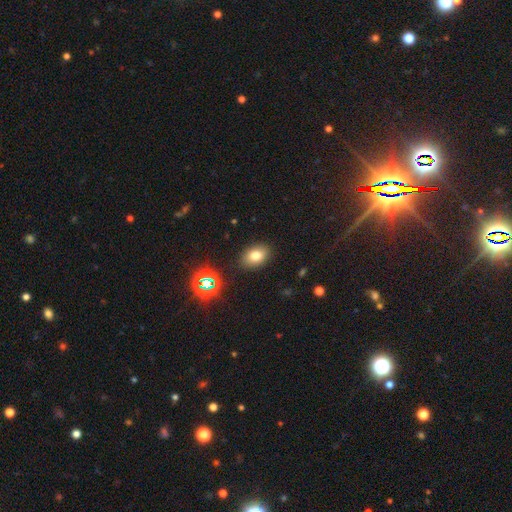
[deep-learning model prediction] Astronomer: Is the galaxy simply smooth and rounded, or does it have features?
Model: smooth — 75%.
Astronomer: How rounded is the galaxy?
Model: in between — 77%.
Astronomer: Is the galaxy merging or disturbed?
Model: none — 86%.